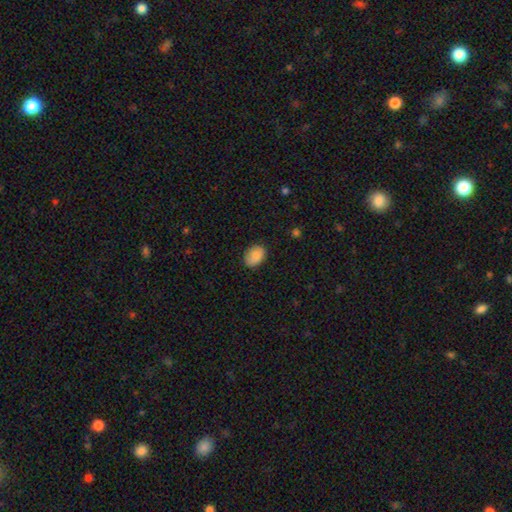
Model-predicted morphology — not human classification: This is clearly a smooth galaxy (85%). How rounded: likely in between (76%). Merging: clearly none (81%).